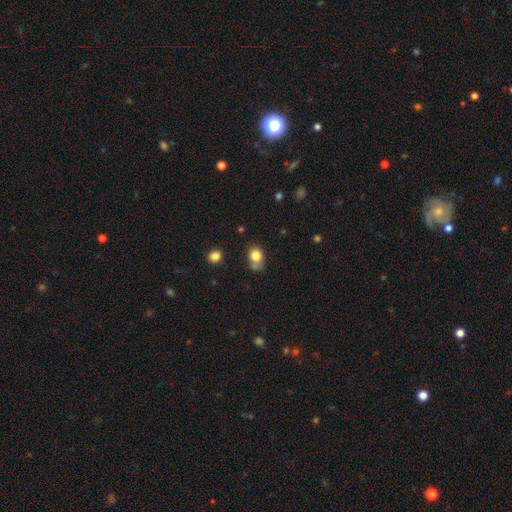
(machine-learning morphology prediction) A smooth galaxy with no disk features (81%) that is round (52%).

Vote fractions:
- Smooth or featured? smooth: 81% / star or artifact: 10% / featured or disk: 9%
- How rounded? round: 52% / in between: 47% / cigar-shaped: 1%
- Merging? none: 54% / minor disturbance: 25% / merger: 13% / major disturbance: 8%